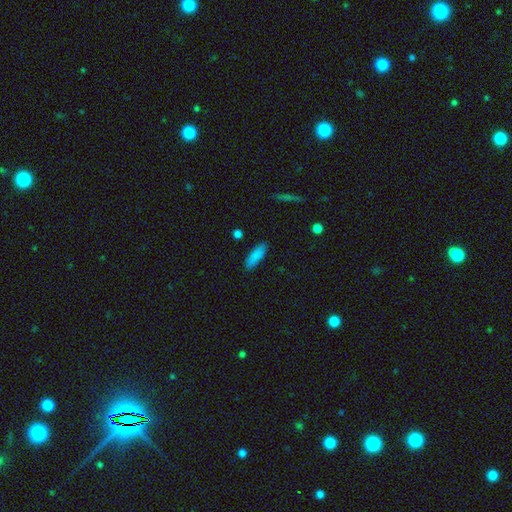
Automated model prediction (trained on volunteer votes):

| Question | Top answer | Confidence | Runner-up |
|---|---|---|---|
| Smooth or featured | smooth | 87% | star or artifact (7%) |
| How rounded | in between | 57% | cigar-shaped (41%) |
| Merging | none | 87% | minor disturbance (10%) |